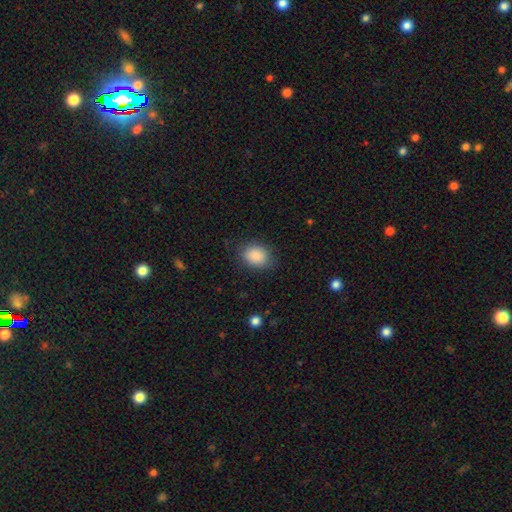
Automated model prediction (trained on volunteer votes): A smooth galaxy with no disk features (89%) that is in between round and cigar-shaped (63%). Merging: none (82%).